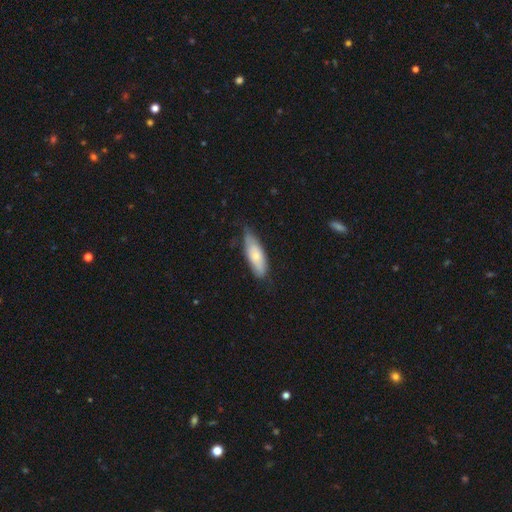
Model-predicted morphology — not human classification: A smooth galaxy with no disk features (67%) that is in between round and cigar-shaped (62%).

Vote fractions:
- Smooth or featured? smooth: 67% / featured or disk: 27% / star or artifact: 6%
- How rounded? in between: 62% / cigar-shaped: 36% / round: 2%
- Merging? none: 61% / minor disturbance: 31% / major disturbance: 6% / merger: 2%